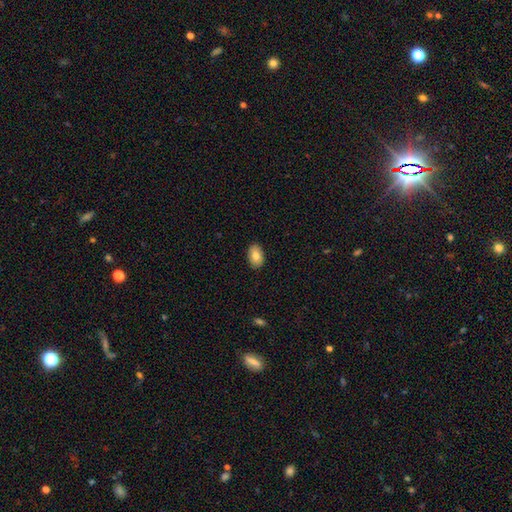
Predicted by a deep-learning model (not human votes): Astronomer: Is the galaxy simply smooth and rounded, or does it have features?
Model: smooth — 81%.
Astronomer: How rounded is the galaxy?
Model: in between — 91%.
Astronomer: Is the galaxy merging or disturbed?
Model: none — 89%.